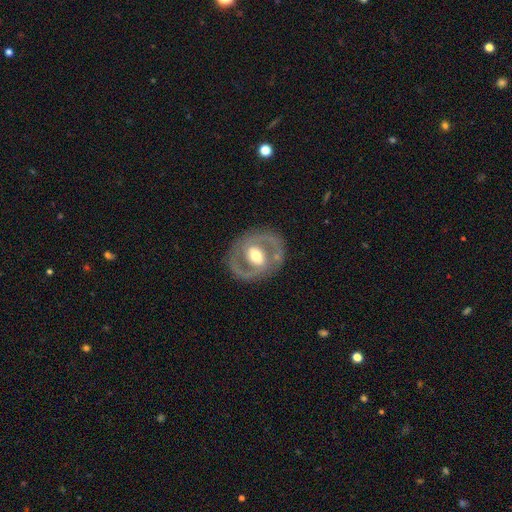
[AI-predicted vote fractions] Smooth or featured? Predicted: featured or disk (p=0.78). Edge-on disk? Predicted: no (p=0.96). Bar? Predicted: weak (p=0.41). Spiral arms? Predicted: yes (p=0.69). Spiral winding? Predicted: medium (p=0.48). Spiral arm count? Predicted: 2 (p=0.85). Bulge size? Predicted: moderate (p=0.67). Merging? Predicted: none (p=0.82).